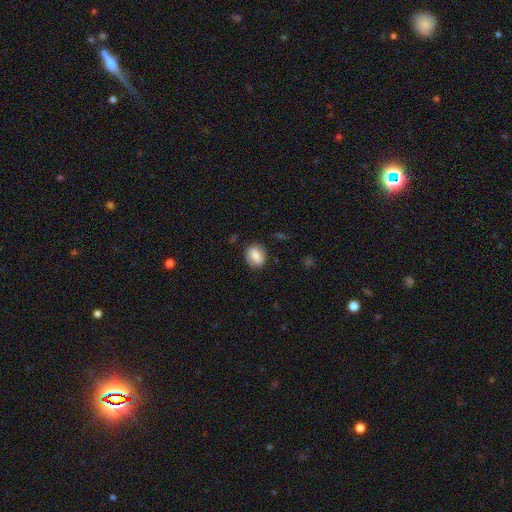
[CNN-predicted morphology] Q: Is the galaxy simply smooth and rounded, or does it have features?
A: smooth — 64%.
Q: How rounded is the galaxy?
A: in between — 52%.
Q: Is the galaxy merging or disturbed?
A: none — 80%.